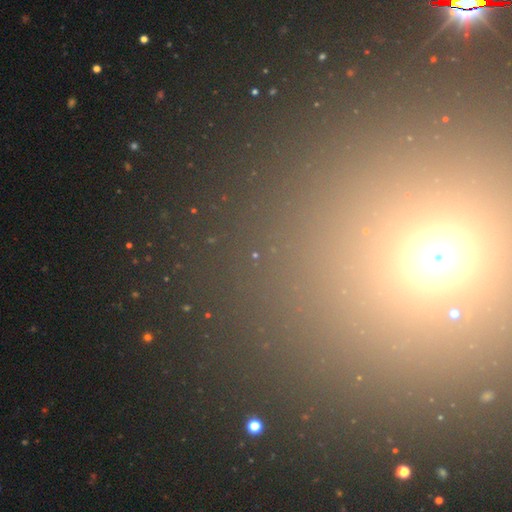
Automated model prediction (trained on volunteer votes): Smooth or featured?
  - star or artifact: 70% *
  - smooth: 21%
  - featured or disk: 9%